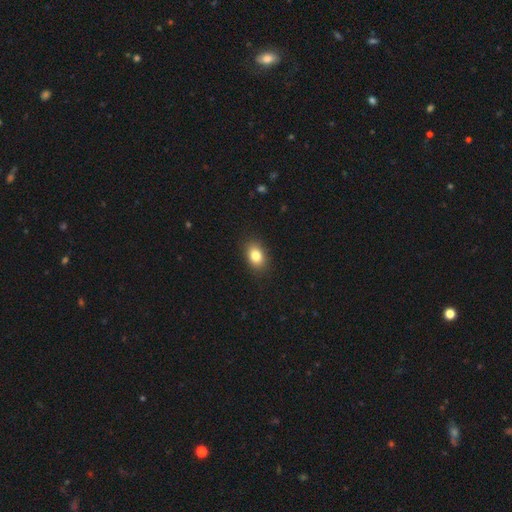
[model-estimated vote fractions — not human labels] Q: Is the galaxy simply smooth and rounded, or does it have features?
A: smooth — 83%.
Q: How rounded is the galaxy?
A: in between — 76%.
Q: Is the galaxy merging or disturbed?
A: none — 88%.